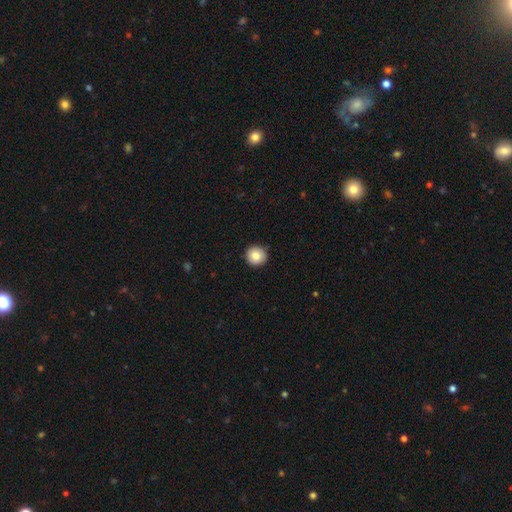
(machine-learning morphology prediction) Q: Smooth or featured?
A: smooth (83%); runner-up: featured or disk (9%)
Q: How rounded?
A: round (94%); runner-up: in between (5%)
Q: Merging?
A: none (91%); runner-up: minor disturbance (6%)